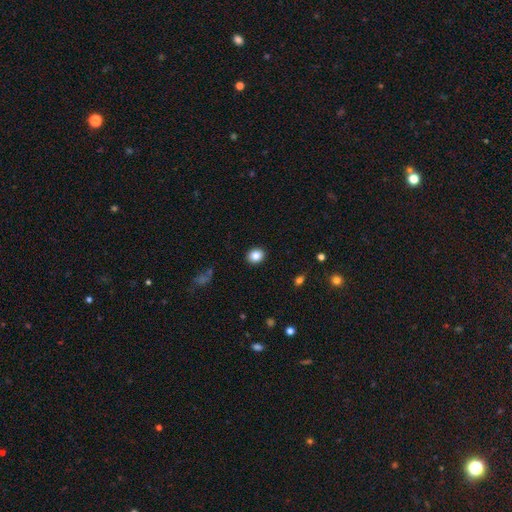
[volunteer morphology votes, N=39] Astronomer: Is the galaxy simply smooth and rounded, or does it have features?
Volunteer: smooth — 87%.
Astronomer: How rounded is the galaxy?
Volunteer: round — 71%.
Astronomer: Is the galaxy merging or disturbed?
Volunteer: none — 87%.